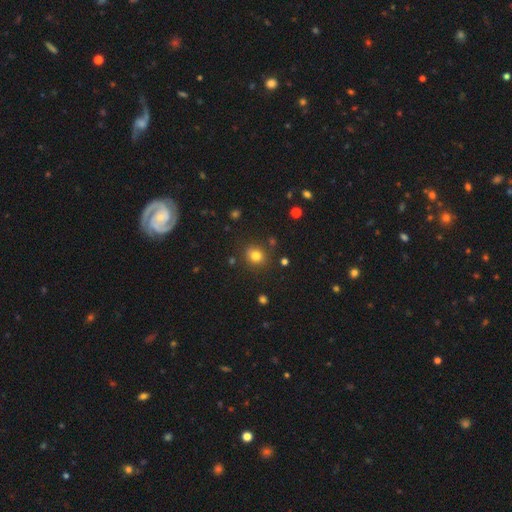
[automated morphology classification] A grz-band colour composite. It shows a smooth galaxy with no disk features (79%) that is round (78%). Merging: none (85%).